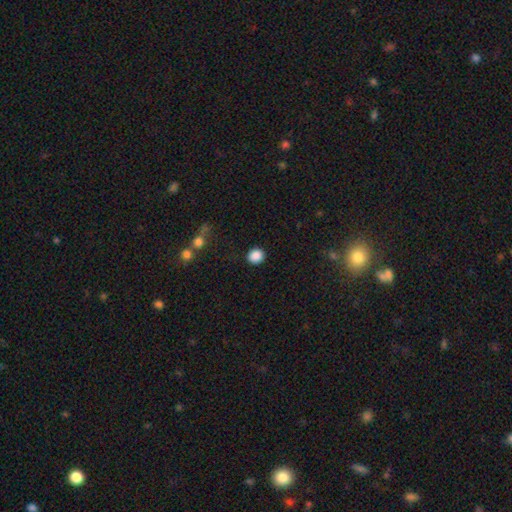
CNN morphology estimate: The model was most divided on "how rounded": round: 83%, in between: 16%, cigar-shaped: 1%. More confident: merging — none (89%); smooth or featured — smooth (87%).